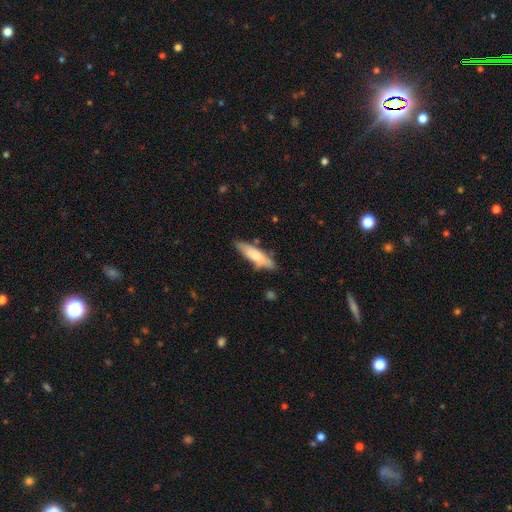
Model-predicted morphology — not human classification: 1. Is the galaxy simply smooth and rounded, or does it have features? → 73% smooth, 21% featured or disk, 6% star or artifact.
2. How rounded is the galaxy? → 65% cigar-shaped, 33% in between, 2% round.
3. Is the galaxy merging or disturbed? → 75% none, 18% minor disturbance, 4% merger, 3% major disturbance.